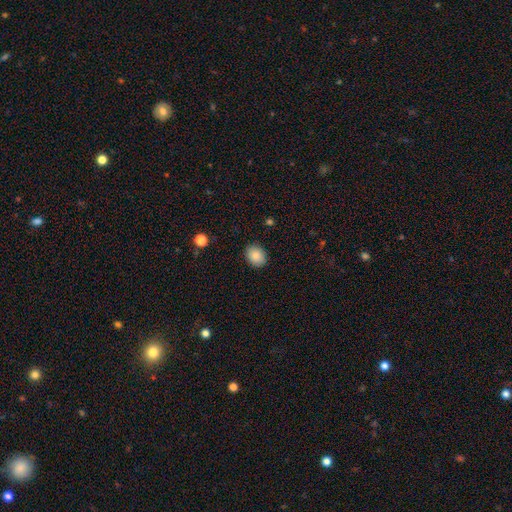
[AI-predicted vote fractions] Smooth or featured: smooth — 87% (star or artifact — 8%)
How rounded: round — 50% (tied with in between — 50%)
Merging: none — 88% (minor disturbance — 8%)